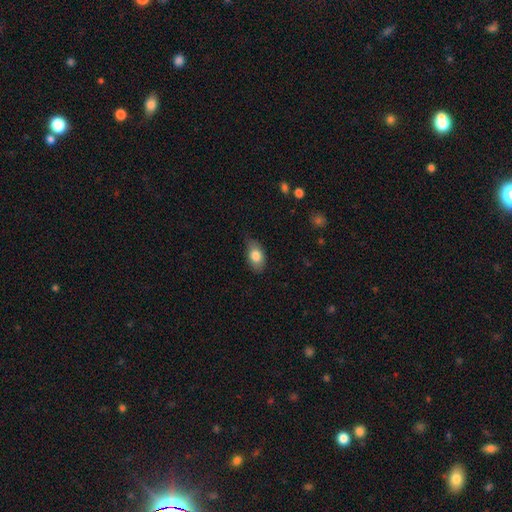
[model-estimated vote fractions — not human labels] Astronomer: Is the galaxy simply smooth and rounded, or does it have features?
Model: smooth — 81%.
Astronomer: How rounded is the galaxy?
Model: in between — 88%.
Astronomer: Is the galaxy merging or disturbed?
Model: none — 68%.